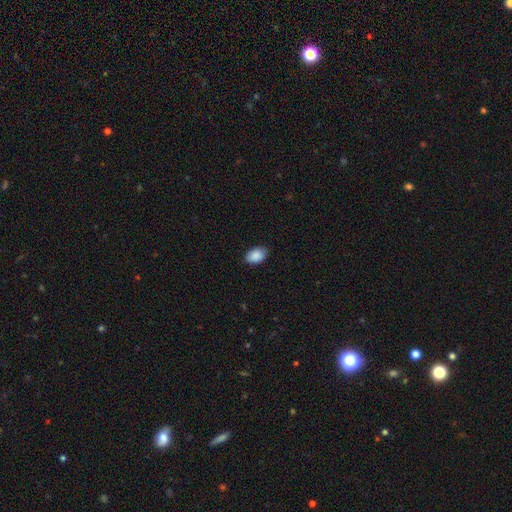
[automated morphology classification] Smooth or featured? Predicted: smooth (p=0.89). How rounded? Predicted: in between (p=0.88). Merging? Predicted: none (p=0.84).